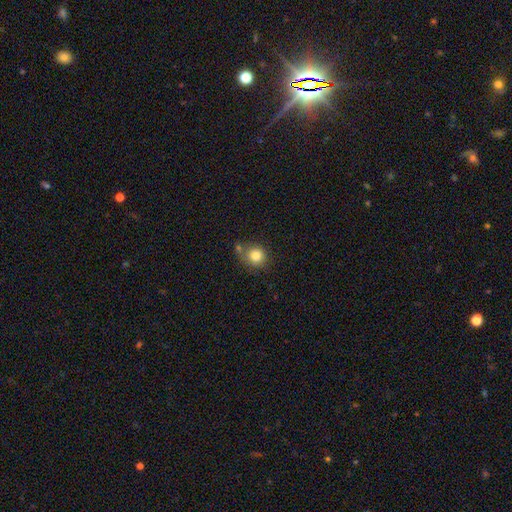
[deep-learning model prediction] smooth 82%, star or artifact 10%, featured or disk 8%. Down the decision tree: how rounded — round (86%); merging — none (59%).